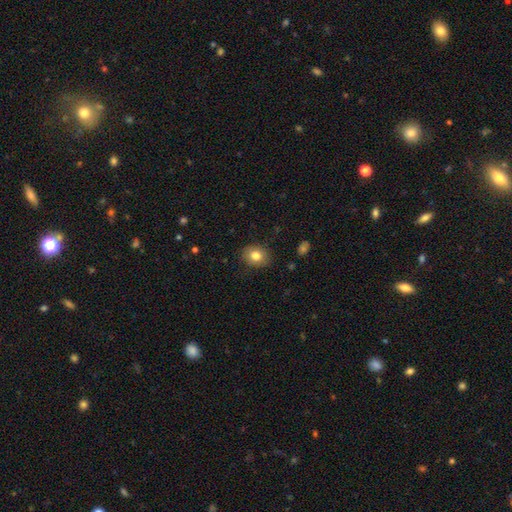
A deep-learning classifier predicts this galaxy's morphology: type=smooth (81%); roundness=round (52%); merging=none (86%).